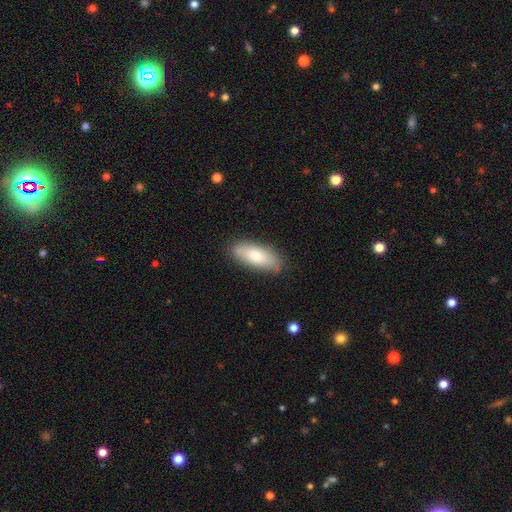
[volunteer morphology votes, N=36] A smooth galaxy with no disk features (75%) that is in between round and cigar-shaped (78%).

Vote fractions:
- Smooth or featured? smooth: 75% / featured or disk: 22% / star or artifact: 3%
- How rounded? in between: 78% / cigar-shaped: 22% / round: 0%
- Merging? none: 89% / minor disturbance: 9% / merger: 3% / major disturbance: 0%